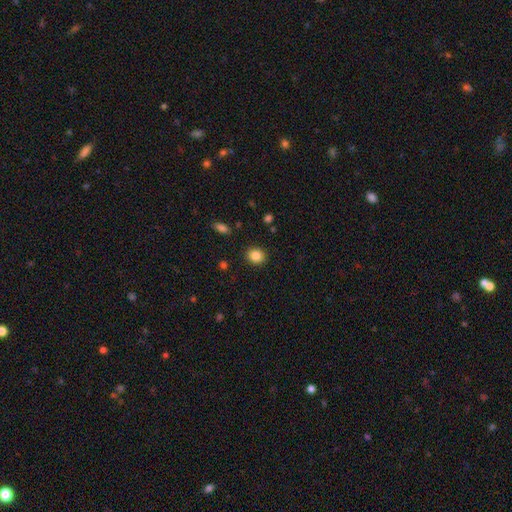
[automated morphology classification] Q: Smooth or featured?
A: smooth (85%); runner-up: star or artifact (9%)
Q: How rounded?
A: round (67%); runner-up: in between (32%)
Q: Merging?
A: none (90%); runner-up: minor disturbance (7%)